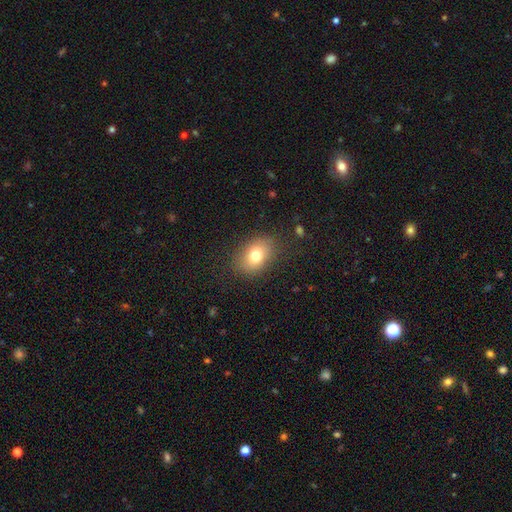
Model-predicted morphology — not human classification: Smooth or featured?
  - smooth: 76% *
  - featured or disk: 14%
  - star or artifact: 10%
How rounded?
  - in between: 73% *
  - round: 26%
  - cigar-shaped: 1%
Merging?
  - none: 82% *
  - minor disturbance: 13%
  - major disturbance: 5%
  - merger: 1%